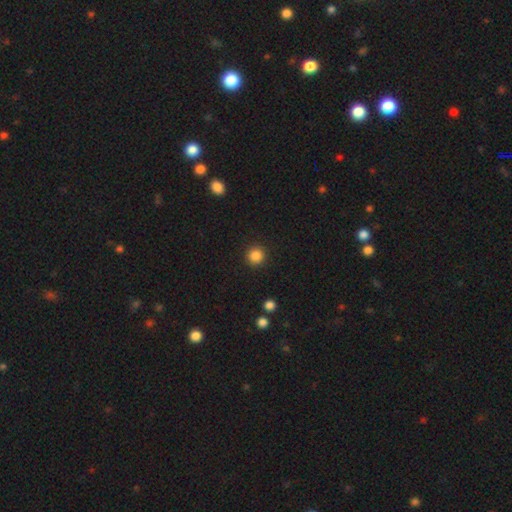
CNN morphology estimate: Smooth or featured: smooth — 86% (star or artifact — 11%)
How rounded: round — 94% (in between — 5%)
Merging: none — 92% (minor disturbance — 5%)